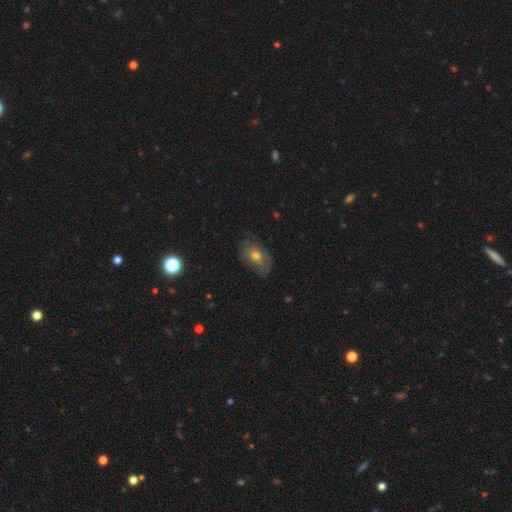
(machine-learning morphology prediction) Smooth or featured?
  - smooth: 51% *
  - featured or disk: 38%
  - star or artifact: 11%
How rounded?
  - in between: 82% *
  - round: 16%
  - cigar-shaped: 2%
Merging?
  - none: 59% *
  - minor disturbance: 28%
  - major disturbance: 11%
  - merger: 2%